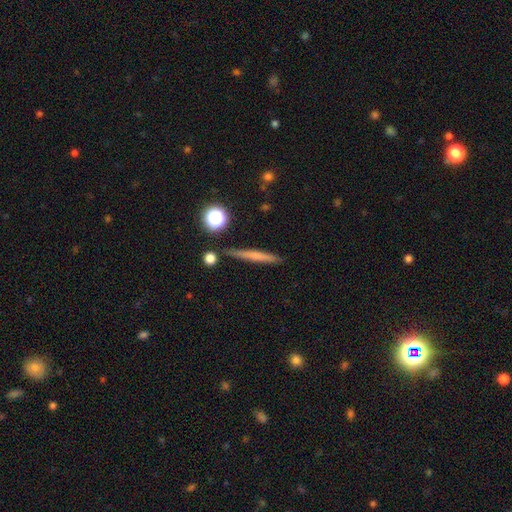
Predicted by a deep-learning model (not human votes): A smooth galaxy with no disk features (58%) that is cigar-shaped (92%).

Vote fractions:
- Smooth or featured? smooth: 58% / featured or disk: 32% / star or artifact: 10%
- How rounded? cigar-shaped: 92% / round: 4% / in between: 4%
- Merging? none: 86% / minor disturbance: 9% / merger: 3% / major disturbance: 2%